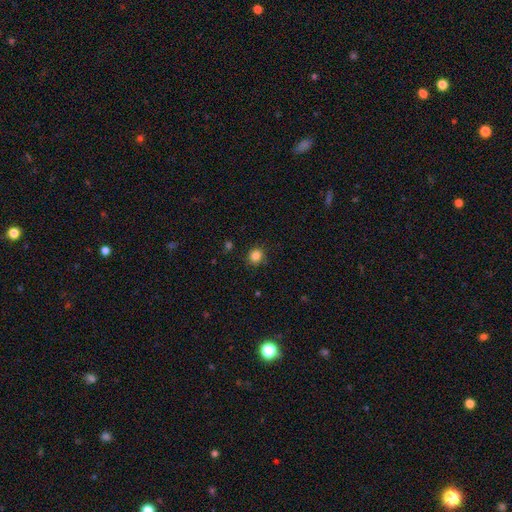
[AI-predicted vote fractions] Smooth or featured?
  - smooth: 85% *
  - star or artifact: 11%
  - featured or disk: 4%
How rounded?
  - round: 89% *
  - in between: 10%
  - cigar-shaped: 1%
Merging?
  - none: 86% *
  - minor disturbance: 10%
  - major disturbance: 3%
  - merger: 1%